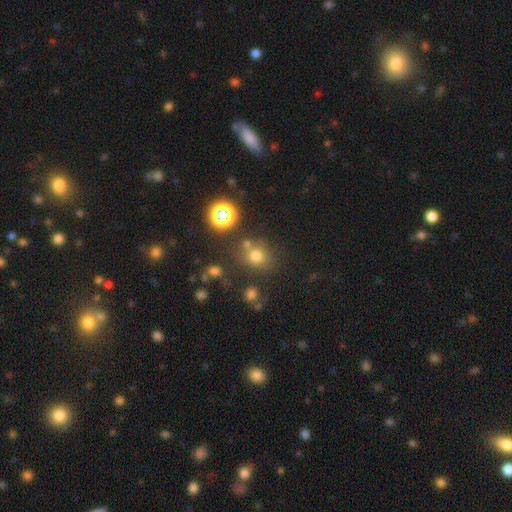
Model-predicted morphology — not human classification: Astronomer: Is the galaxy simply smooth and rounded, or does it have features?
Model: smooth — 66%.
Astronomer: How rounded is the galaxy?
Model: round — 80%.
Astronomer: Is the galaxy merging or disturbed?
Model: none — 73%.